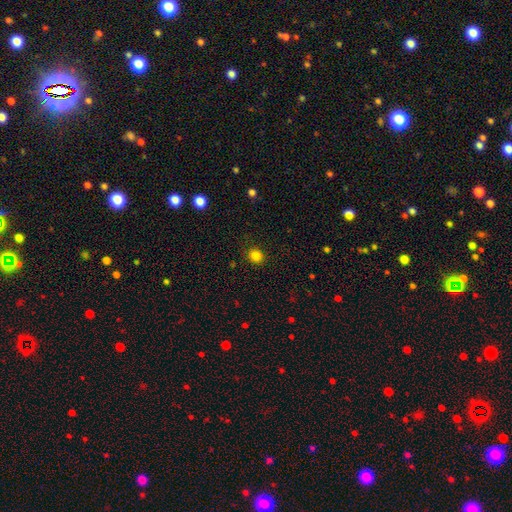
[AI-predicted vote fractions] smooth_or_featured: smooth (p=0.83) [alt: star or artifact p=0.13]
how_rounded: round (p=0.83) [alt: in between p=0.16]
merging: none (p=0.89) [alt: minor disturbance p=0.08]